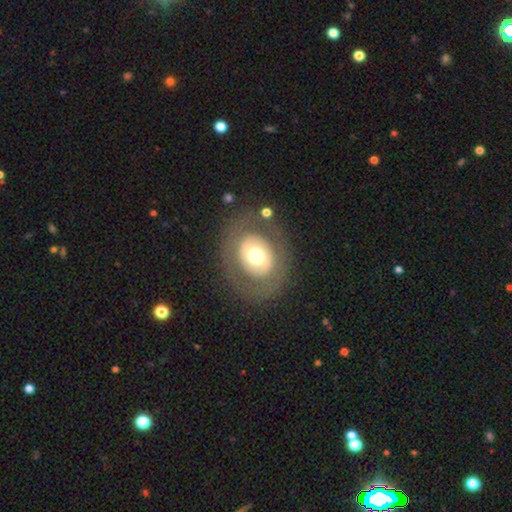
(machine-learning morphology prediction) Smooth or featured? Predicted: smooth (p=0.49). Merging? Predicted: none (p=0.80).